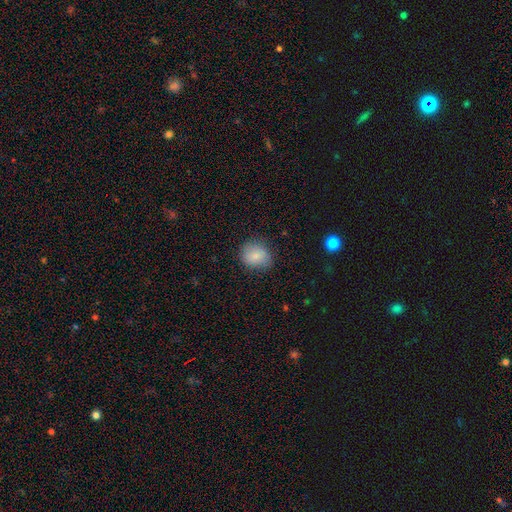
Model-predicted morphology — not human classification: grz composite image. It shows a smooth galaxy with no disk features (83%) that is round (65%). Merging: none (77%).